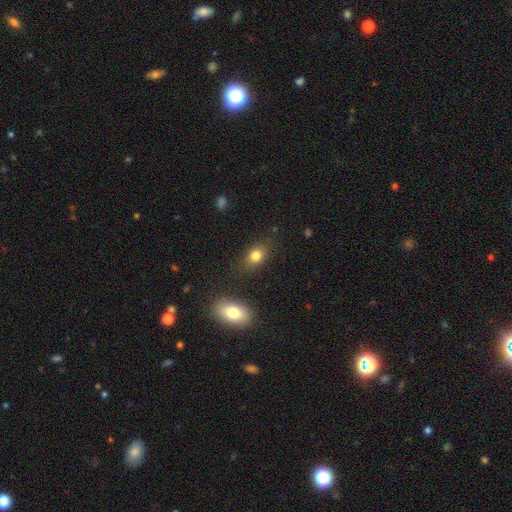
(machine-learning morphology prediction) The model was most divided on "how rounded": in between: 69%, round: 28%, cigar-shaped: 3%. More confident: smooth or featured — smooth (80%); merging — none (78%).